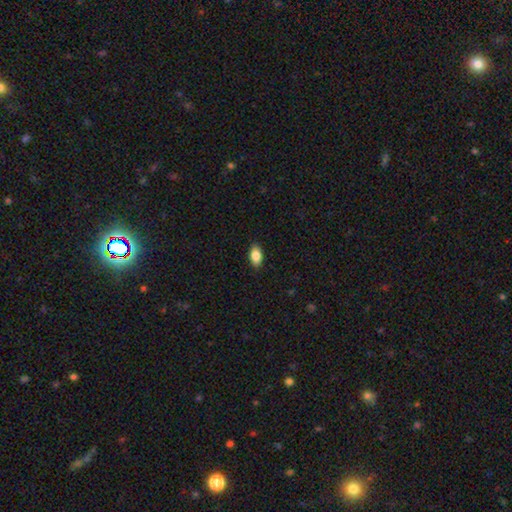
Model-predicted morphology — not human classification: This appears to be a smooth galaxy with no disk features (86%) that is in between round and cigar-shaped (91%). Merging: none (89%).